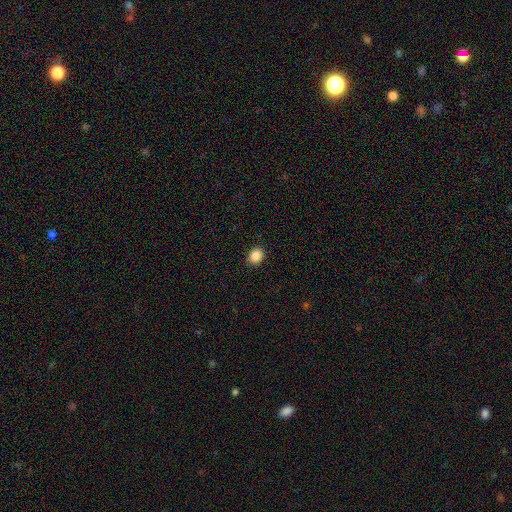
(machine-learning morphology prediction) Q: Smooth or featured?
A: smooth (88%); runner-up: star or artifact (9%)
Q: How rounded?
A: round (54%); runner-up: in between (45%)
Q: Merging?
A: none (91%); runner-up: minor disturbance (6%)